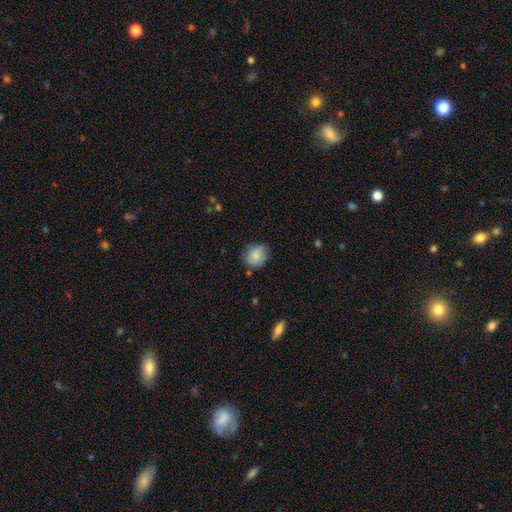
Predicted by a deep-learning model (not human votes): Smooth or featured? smooth (82%)
How rounded? round (78%)
Merging? none (73%)